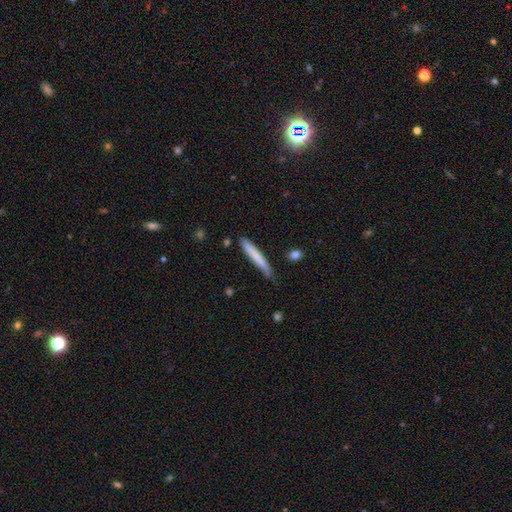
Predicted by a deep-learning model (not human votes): smooth 74%, featured or disk 21%, star or artifact 5%. Down the decision tree: how rounded — cigar-shaped (96%); merging — none (76%).